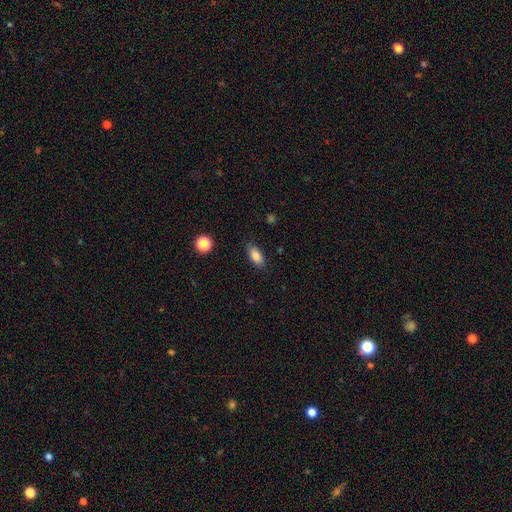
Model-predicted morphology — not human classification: The model was most divided on "merging": none: 84%, minor disturbance: 12%, major disturbance: 3%, merger: 1%. More confident: how rounded — in between (89%); smooth or featured — smooth (85%).